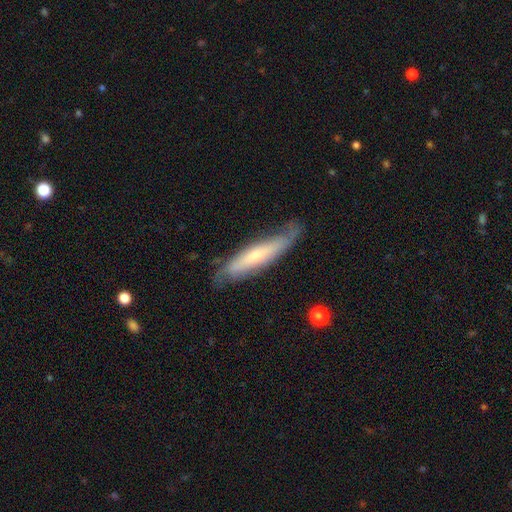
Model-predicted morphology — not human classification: The model was most divided on "smooth or featured": featured or disk: 52%, smooth: 42%, star or artifact: 6%. More confident: merging — none (65%); edge-on disk — yes (60%).